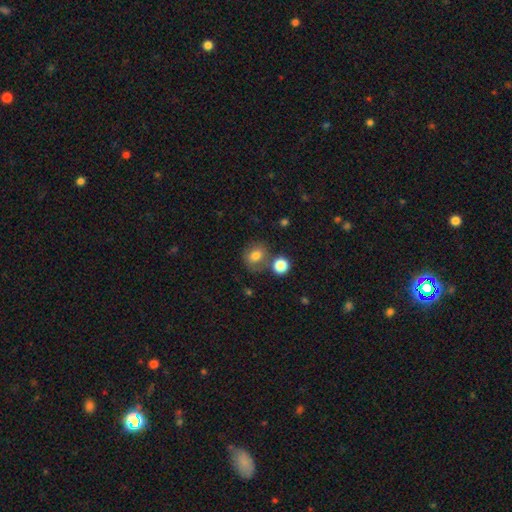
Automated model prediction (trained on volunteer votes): Q: Smooth or featured?
A: smooth (75%); runner-up: featured or disk (13%)
Q: How rounded?
A: round (66%); runner-up: in between (32%)
Q: Merging?
A: none (61%); runner-up: merger (18%)